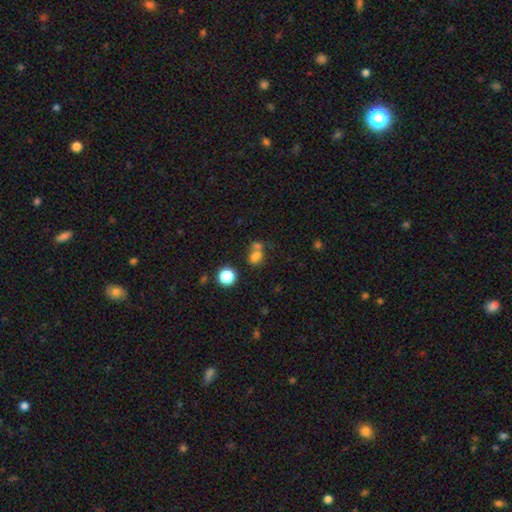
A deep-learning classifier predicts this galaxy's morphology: A smooth galaxy with no disk features (71%) that is round (51%).

Vote fractions:
- Smooth or featured? smooth: 71% / star or artifact: 18% / featured or disk: 11%
- How rounded? round: 51% / in between: 48% / cigar-shaped: 2%
- Merging? merger: 46% / none: 37% / minor disturbance: 10% / major disturbance: 6%